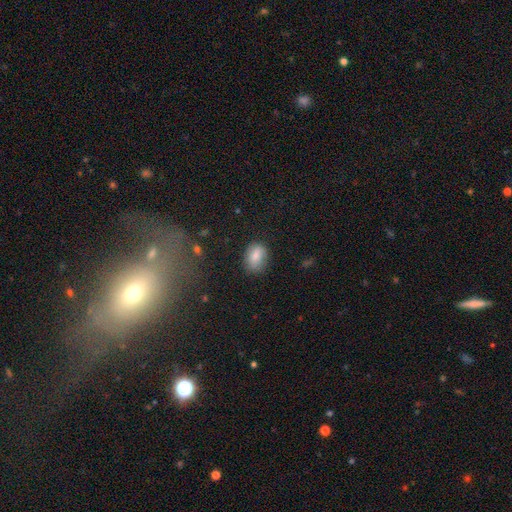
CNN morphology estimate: This appears to be a smooth galaxy with no disk features (80%) that is in between round and cigar-shaped (75%). Merging: none (74%).